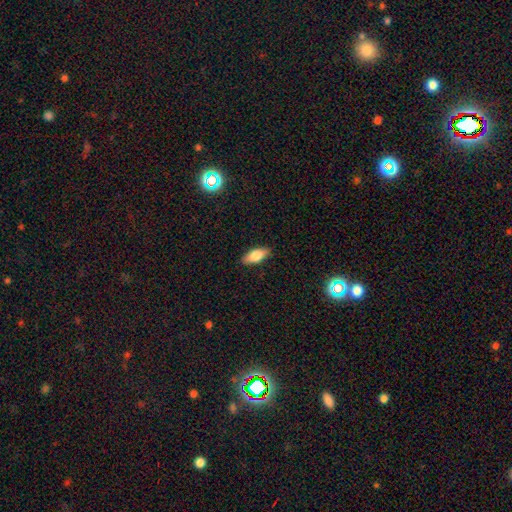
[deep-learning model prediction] smooth-or-featured: smooth: 75% | featured or disk: 18% | star or artifact: 7%
  how-rounded: in between: 78% | cigar-shaped: 19% | round: 3%
  merging: none: 88% | minor disturbance: 9% | major disturbance: 2% | merger: 1%